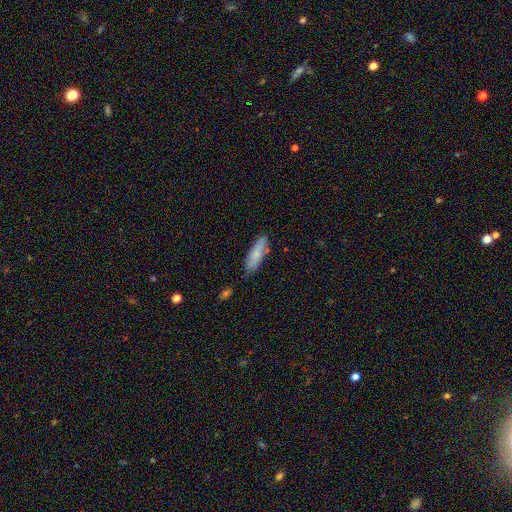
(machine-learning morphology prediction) type=smooth (77%); roundness=cigar-shaped (53%); merging=none (74%).